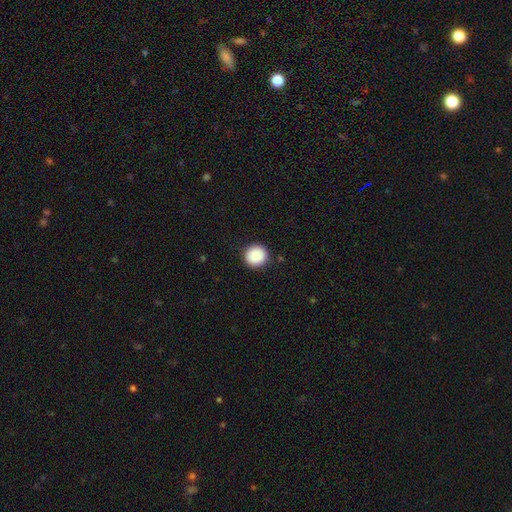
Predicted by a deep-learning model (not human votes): Smooth or featured?
  - smooth: 90% *
  - star or artifact: 8%
  - featured or disk: 3%
How rounded?
  - round: 94% *
  - in between: 5%
  - cigar-shaped: 1%
Merging?
  - none: 91% *
  - minor disturbance: 6%
  - major disturbance: 2%
  - merger: 1%